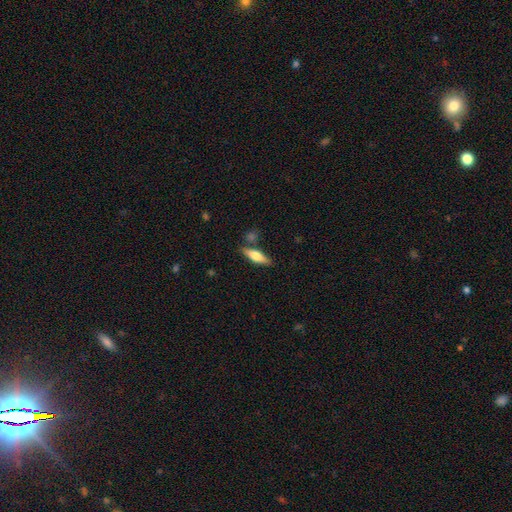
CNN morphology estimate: type=smooth (58%); roundness=cigar-shaped (54%); merging=none (77%).